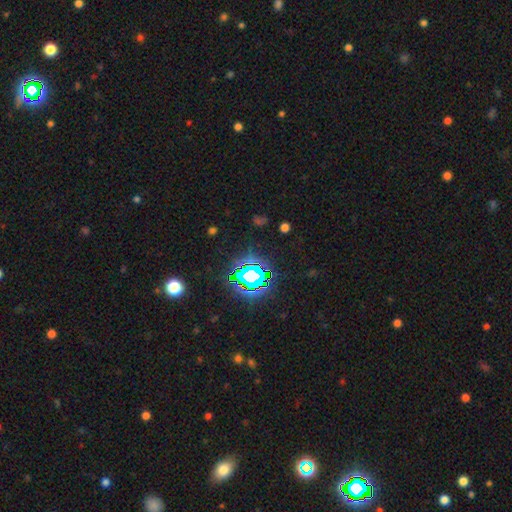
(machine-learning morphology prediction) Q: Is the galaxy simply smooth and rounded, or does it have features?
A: star or artifact — 82%.